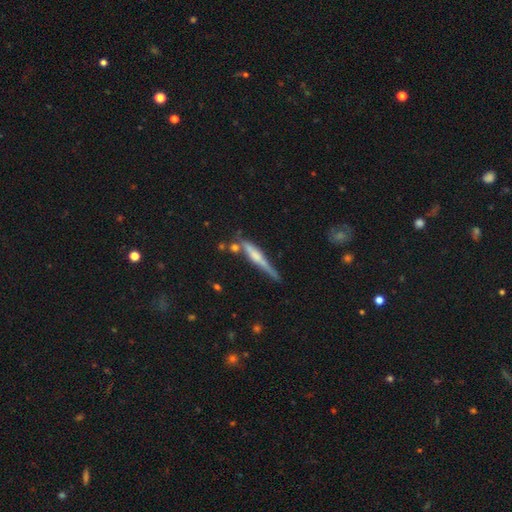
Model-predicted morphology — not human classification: Smooth or featured? Predicted: featured or disk (p=0.56). Edge-on disk? Predicted: yes (p=0.93). Edge-on bulge? Predicted: rounded (p=0.46). Merging? Predicted: none (p=0.59).